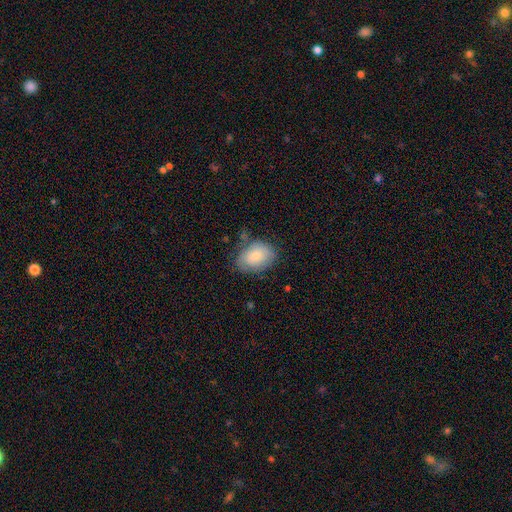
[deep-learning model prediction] Q: Smooth or featured?
A: smooth (82%); runner-up: featured or disk (12%)
Q: How rounded?
A: in between (79%); runner-up: round (20%)
Q: Merging?
A: none (70%); runner-up: minor disturbance (21%)